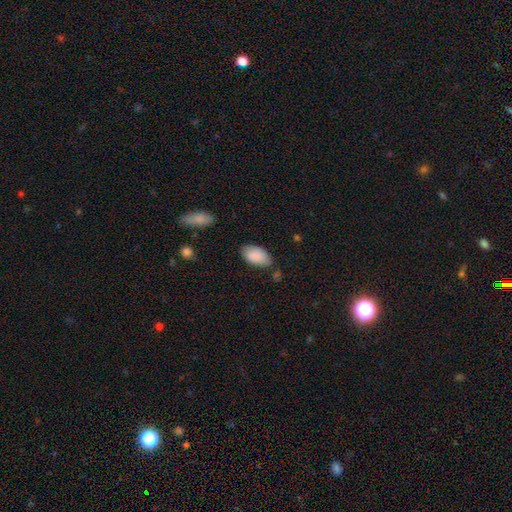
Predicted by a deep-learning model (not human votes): smooth-or-featured: smooth: 89% | star or artifact: 6% | featured or disk: 5%
  how-rounded: in between: 94% | round: 4% | cigar-shaped: 2%
  merging: none: 67% | minor disturbance: 24% | major disturbance: 5% | merger: 4%